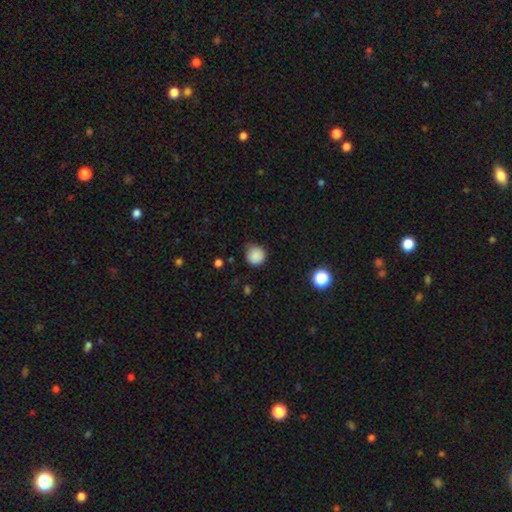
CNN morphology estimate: type=smooth (86%); roundness=round (93%); merging=none (74%).